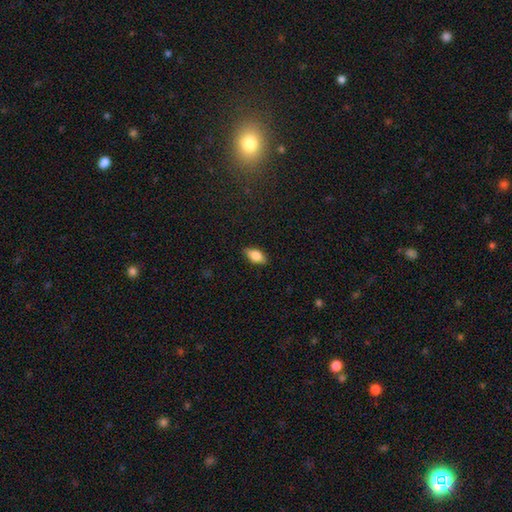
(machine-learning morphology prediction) A smooth galaxy with no disk features (76%) that is in between round and cigar-shaped (87%). Merging: none (87%).